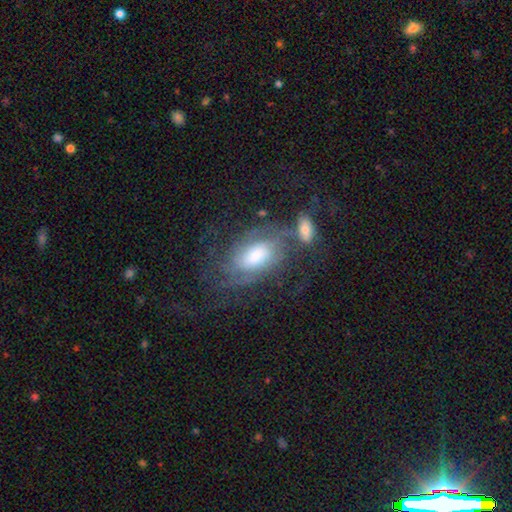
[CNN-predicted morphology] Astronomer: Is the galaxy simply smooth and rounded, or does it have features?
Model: featured or disk — 71%.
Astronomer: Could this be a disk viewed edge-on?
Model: no — 95%.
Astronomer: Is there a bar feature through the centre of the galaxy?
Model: no — 56% (runner-up: weak, 35%).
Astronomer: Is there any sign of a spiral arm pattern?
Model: yes — 91%.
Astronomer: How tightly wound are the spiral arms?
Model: tight — 45% (runner-up: medium, 39%).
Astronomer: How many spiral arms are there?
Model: can't tell — 37% (runner-up: 2, 25%).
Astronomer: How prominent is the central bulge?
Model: large — 41% (runner-up: moderate, 34%).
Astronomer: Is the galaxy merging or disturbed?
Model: none — 50%.